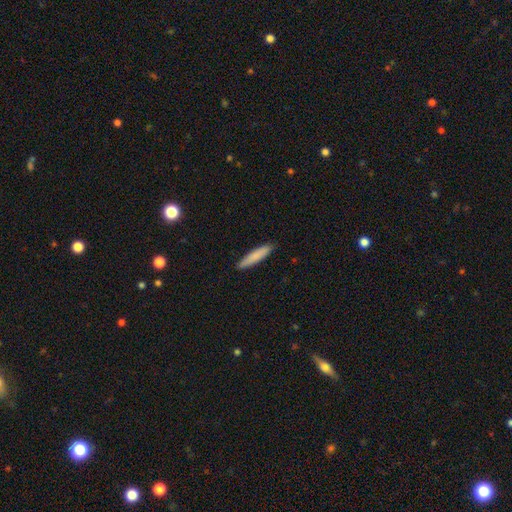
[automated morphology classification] Smooth or featured? Predicted: smooth (p=0.82). How rounded? Predicted: cigar-shaped (p=0.87). Merging? Predicted: none (p=0.90).